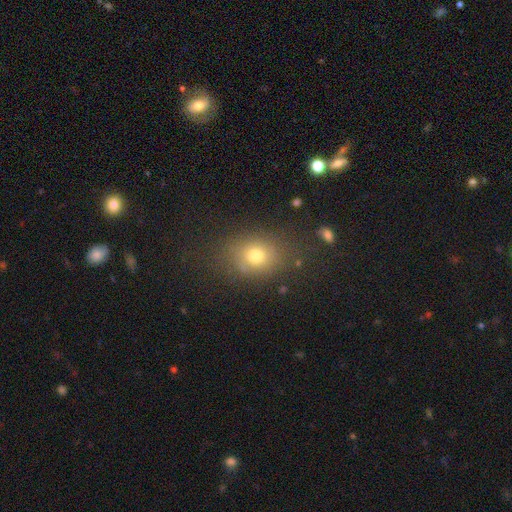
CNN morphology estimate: Overall: smooth (73%). How rounded: round (50%; in between 49%). Merging: none (76%).